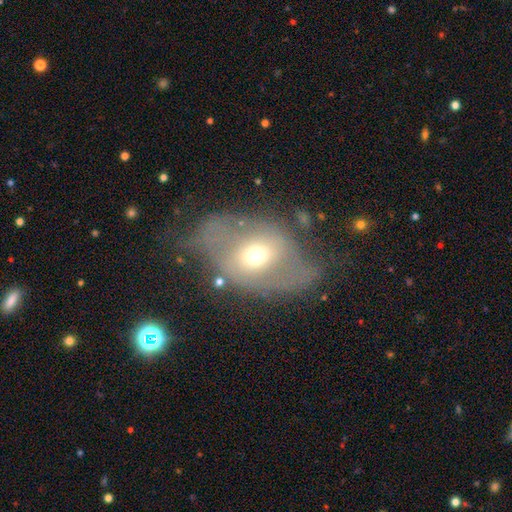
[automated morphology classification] Q: Smooth or featured?
A: featured or disk (52%); runner-up: smooth (38%)
Q: Edge-on disk?
A: no (91%); runner-up: yes (9%)
Q: Merging?
A: major disturbance (36%); runner-up: none (33%)